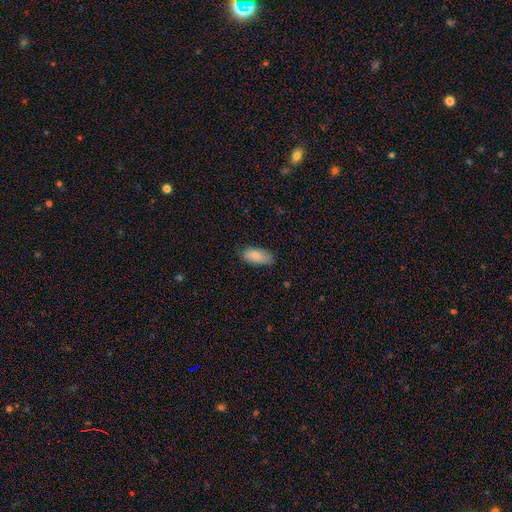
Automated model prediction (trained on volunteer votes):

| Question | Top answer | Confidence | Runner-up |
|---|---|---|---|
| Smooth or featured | smooth | 86% | featured or disk (7%) |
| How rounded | in between | 91% | cigar-shaped (7%) |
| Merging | none | 77% | minor disturbance (18%) |